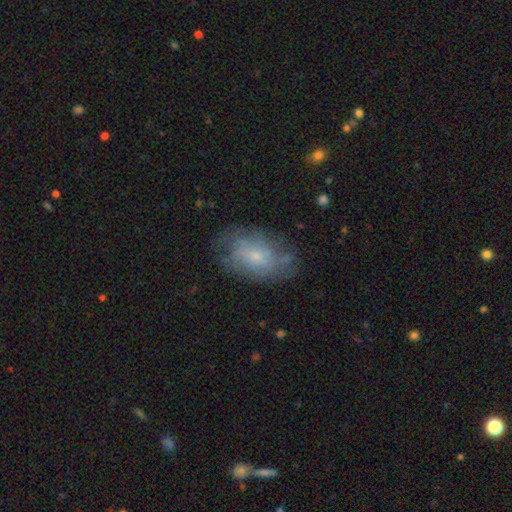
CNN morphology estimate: The model was most divided on "smooth or featured": smooth: 51%, featured or disk: 40%, star or artifact: 9%. More confident: how rounded — in between (88%); merging — none (61%).